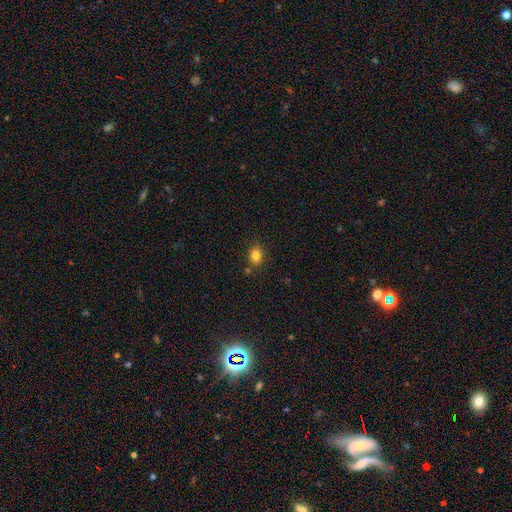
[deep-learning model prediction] Overall: smooth (83%). How rounded: in between (60%; round 39%). Merging: none (79%).